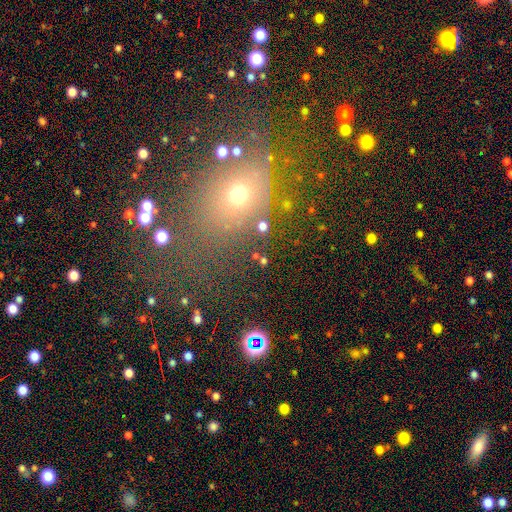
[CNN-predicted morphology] A smooth galaxy with no disk features (54%) that is round (54%). Merging: none (64%).